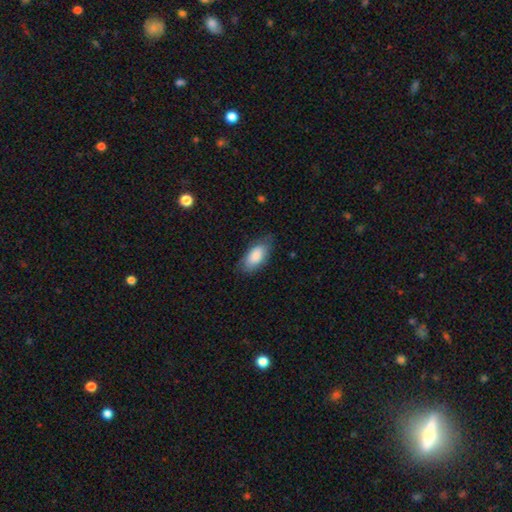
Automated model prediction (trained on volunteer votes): Smooth or featured: smooth — 84% (featured or disk — 10%)
How rounded: in between — 92% (cigar-shaped — 5%)
Merging: none — 73% (minor disturbance — 21%)